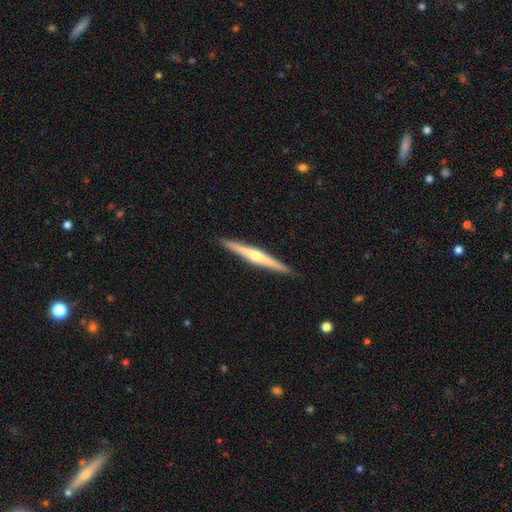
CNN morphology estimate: Smooth or featured: featured or disk — 71% (smooth — 25%)
Edge-on disk: yes — 98% (no — 2%)
Edge-on bulge: rounded — 76% (none — 17%)
Merging: none — 92% (minor disturbance — 6%)